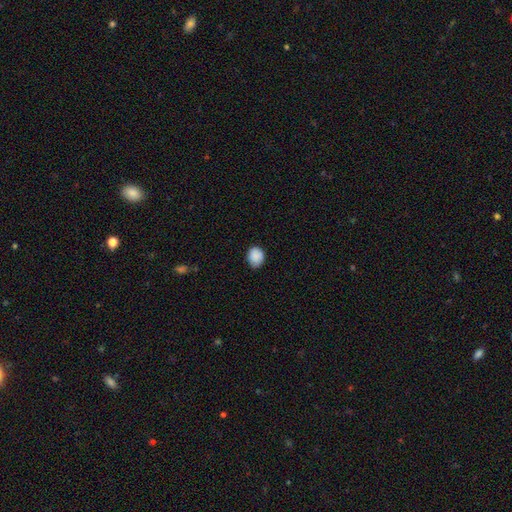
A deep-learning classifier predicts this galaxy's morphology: A smooth galaxy with no disk features (88%) that is round (55%). Merging: none (75%).